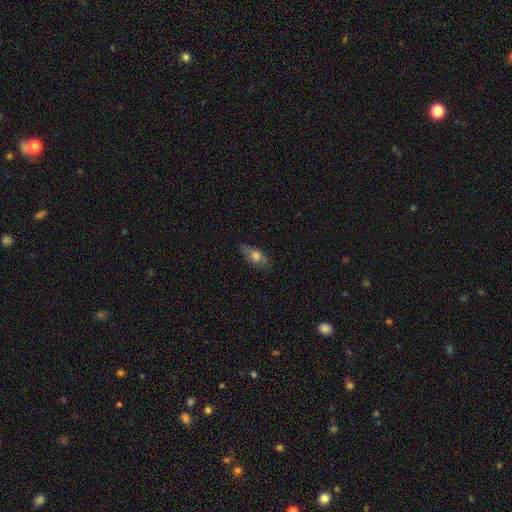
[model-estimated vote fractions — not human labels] A smooth galaxy with no disk features (63%) that is in between round and cigar-shaped (79%). Merging: none (78%).